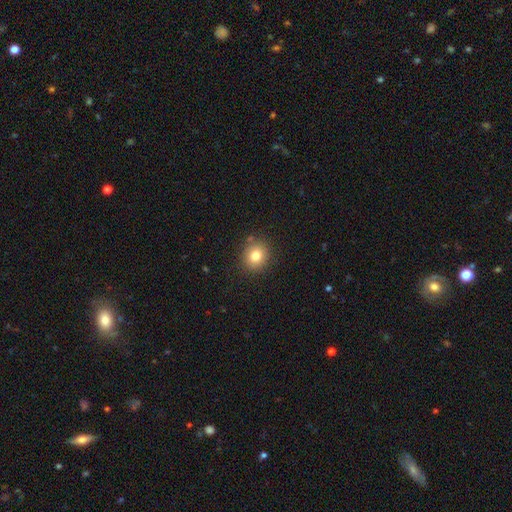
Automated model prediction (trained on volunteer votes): Smooth or featured: smooth — 79% (star or artifact — 12%)
How rounded: round — 78% (in between — 21%)
Merging: none — 86% (minor disturbance — 9%)